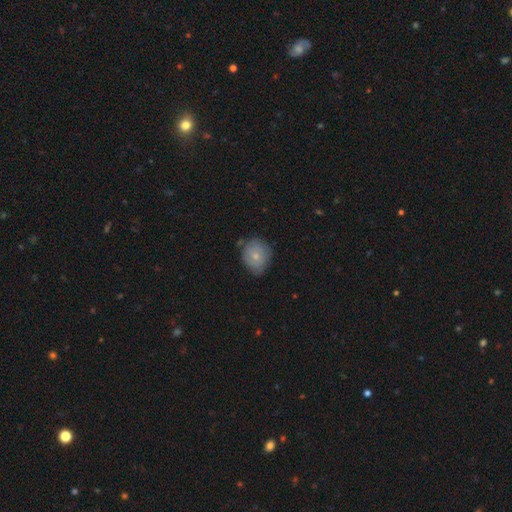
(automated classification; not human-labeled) Morphology: type=smooth (69%); roundness=round (63%); merging=none (64%).